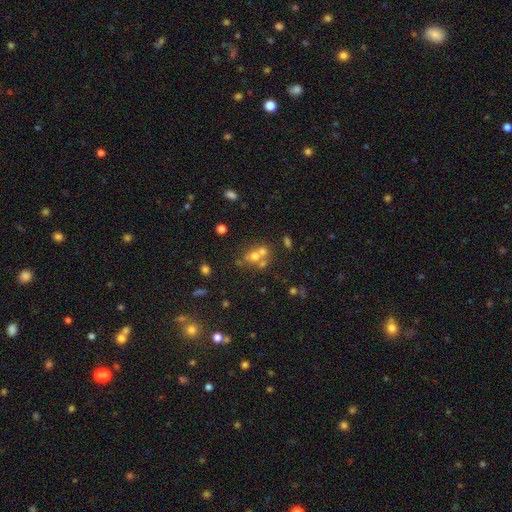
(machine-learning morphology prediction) smooth_or_featured: smooth (p=0.54) [alt: featured or disk p=0.26]
how_rounded: round (p=0.69) [alt: in between p=0.30]
merging: merger (p=0.51) [alt: none p=0.36]